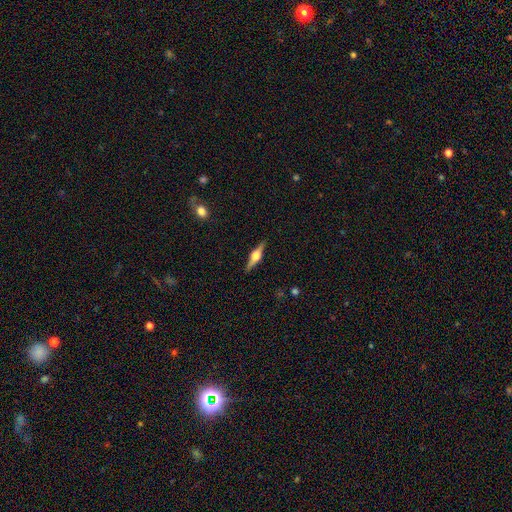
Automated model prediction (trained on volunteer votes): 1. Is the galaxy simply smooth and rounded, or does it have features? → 78% featured or disk, 16% smooth, 6% star or artifact.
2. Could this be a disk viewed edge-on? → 98% yes, 2% no.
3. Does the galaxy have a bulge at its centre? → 93% rounded, 6% boxy, 1% none.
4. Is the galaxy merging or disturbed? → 90% none, 7% minor disturbance, 2% major disturbance, 1% merger.